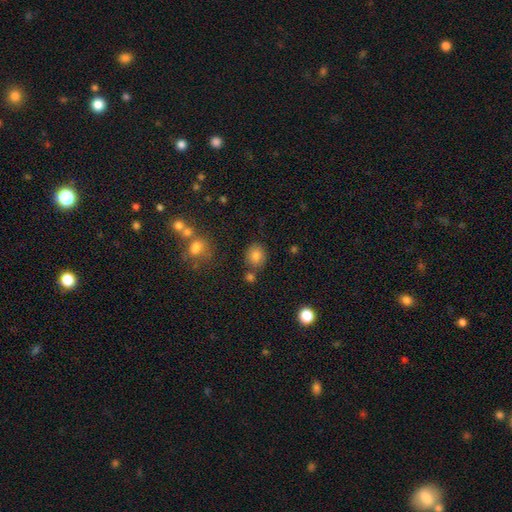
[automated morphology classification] The model was most divided on "how rounded": round: 72%, in between: 28%, cigar-shaped: 1%. More confident: smooth or featured — smooth (80%); merging — none (75%).